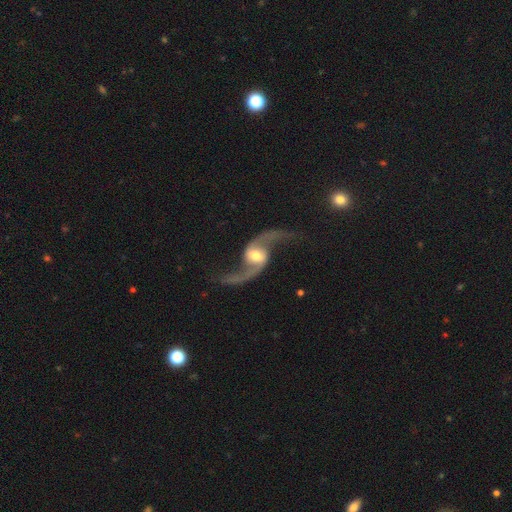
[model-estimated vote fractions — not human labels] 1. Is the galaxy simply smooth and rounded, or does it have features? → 92% featured or disk, 4% star or artifact, 4% smooth.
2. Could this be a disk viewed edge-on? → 97% no, 3% yes.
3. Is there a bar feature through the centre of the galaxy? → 42% weak, 36% no, 22% strong.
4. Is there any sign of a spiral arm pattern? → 98% yes, 2% no.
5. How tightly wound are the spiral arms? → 90% loose, 8% medium, 2% tight.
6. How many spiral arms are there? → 95% 2, 1% 1, 1% can't tell, 1% 3, 1% 4, 1% more than 4.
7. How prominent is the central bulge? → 63% moderate, 20% small, 13% large, 2% none, 2% dominant.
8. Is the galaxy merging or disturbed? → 77% none, 12% minor disturbance, 9% major disturbance, 3% merger.